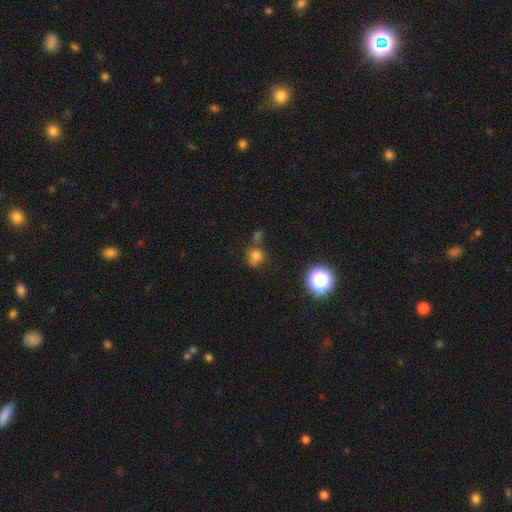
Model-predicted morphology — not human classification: Smooth or featured? smooth (71%)
How rounded? round (80%)
Merging? none (57%)